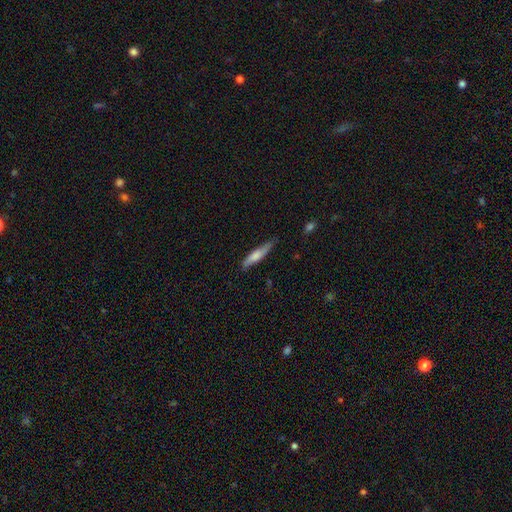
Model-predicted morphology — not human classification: Q: Smooth or featured?
A: smooth (67%); runner-up: featured or disk (27%)
Q: How rounded?
A: cigar-shaped (83%); runner-up: in between (16%)
Q: Merging?
A: none (71%); runner-up: minor disturbance (23%)